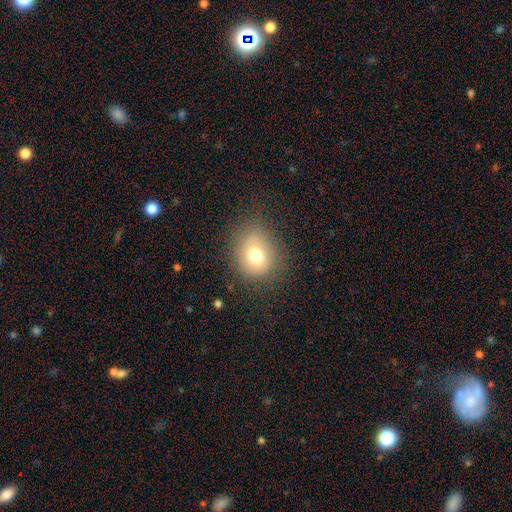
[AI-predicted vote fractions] The model was most divided on "how rounded": round: 64%, in between: 35%, cigar-shaped: 1%. More confident: merging — none (75%); smooth or featured — smooth (71%).